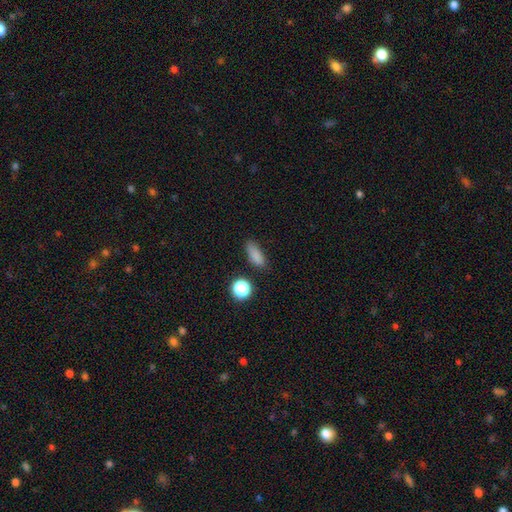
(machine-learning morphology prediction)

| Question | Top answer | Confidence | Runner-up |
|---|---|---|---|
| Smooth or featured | smooth | 82% | star or artifact (12%) |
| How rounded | in between | 70% | cigar-shaped (22%) |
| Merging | none | 77% | minor disturbance (16%) |